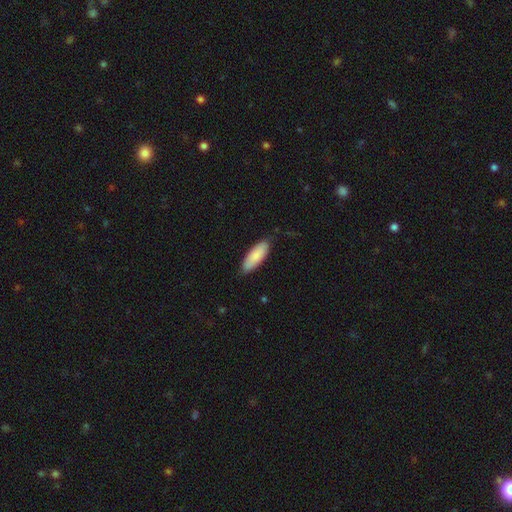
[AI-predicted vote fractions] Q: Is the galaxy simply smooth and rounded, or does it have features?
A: smooth — 86%.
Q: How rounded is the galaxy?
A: in between — 71%.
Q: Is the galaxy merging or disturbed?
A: none — 81%.